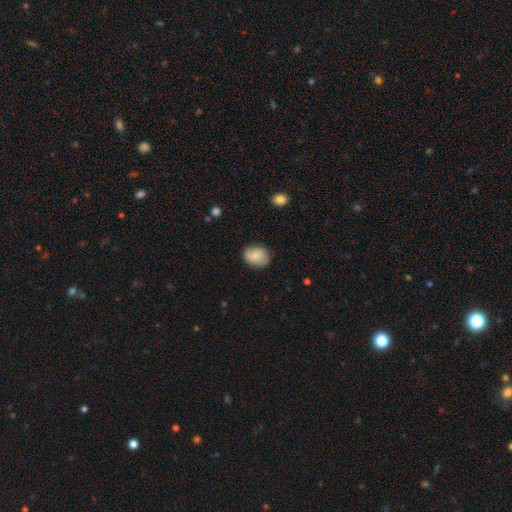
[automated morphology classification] The model was most divided on "how rounded": in between: 61%, round: 38%, cigar-shaped: 1%. More confident: merging — none (77%); smooth or featured — smooth (70%).